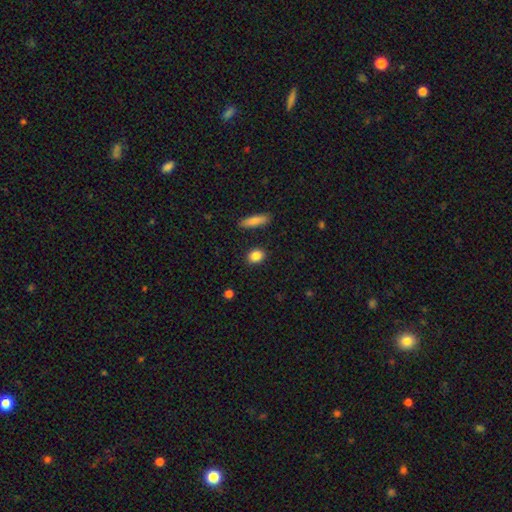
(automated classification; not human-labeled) The model was most divided on "how rounded": round: 49%, in between: 47%, cigar-shaped: 4%. More confident: merging — none (89%); smooth or featured — smooth (87%).